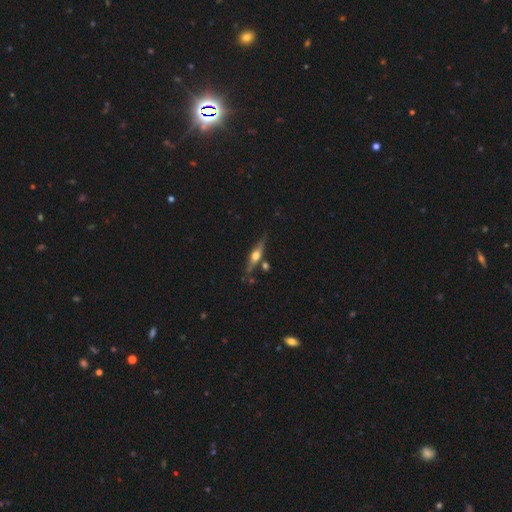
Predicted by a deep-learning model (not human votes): Smooth or featured? featured or disk (72%)
Edge-on disk? yes (96%)
Edge-on bulge? rounded (95%)
Merging? none (78%)